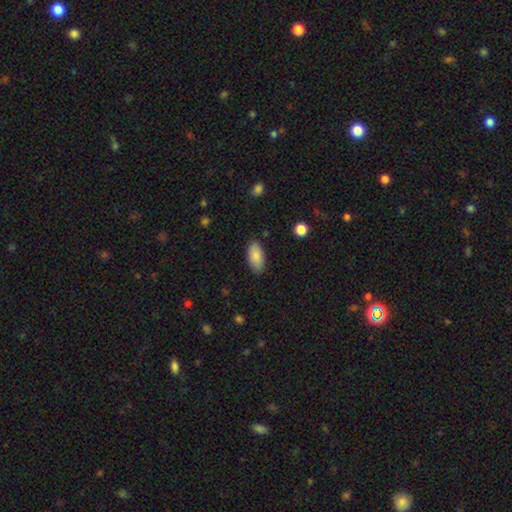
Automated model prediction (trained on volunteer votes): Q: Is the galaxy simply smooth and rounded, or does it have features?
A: smooth — 86%.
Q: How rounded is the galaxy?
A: in between — 91%.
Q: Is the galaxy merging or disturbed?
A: none — 84%.